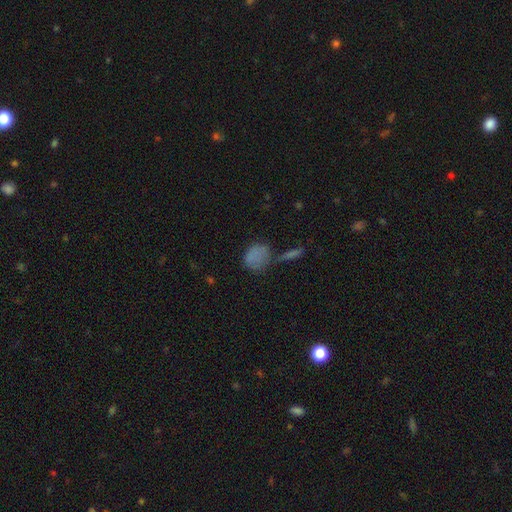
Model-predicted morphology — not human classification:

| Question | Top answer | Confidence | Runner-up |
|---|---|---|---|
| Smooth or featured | smooth | 76% | star or artifact (13%) |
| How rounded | round | 49% | in between (48%) |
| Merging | none | 48% | minor disturbance (23%) |